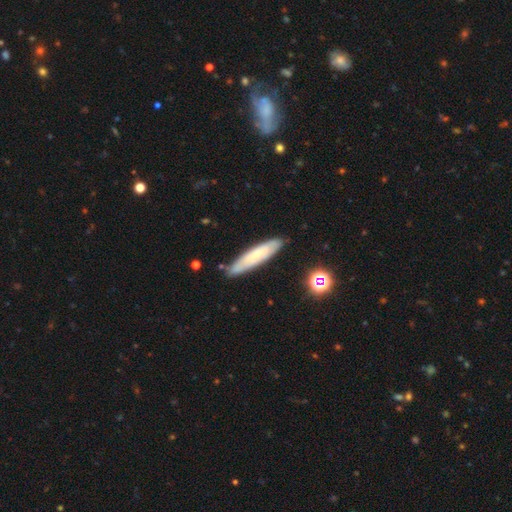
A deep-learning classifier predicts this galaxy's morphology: Smooth or featured? Predicted: smooth (p=0.60). How rounded? Predicted: cigar-shaped (p=0.84). Merging? Predicted: none (p=0.84).